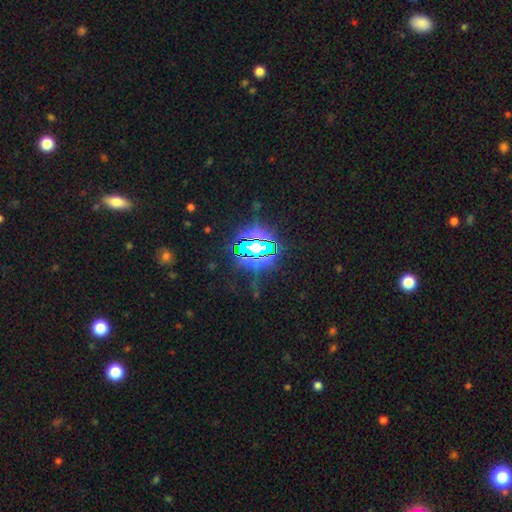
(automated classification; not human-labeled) smooth-or-featured: star or artifact: 82% | smooth: 11% | featured or disk: 8%